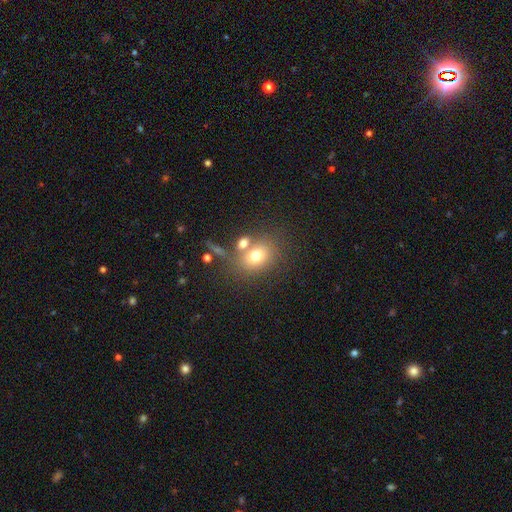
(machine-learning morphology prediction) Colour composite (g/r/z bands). It shows a smooth galaxy with no disk features (72%) that is in between round and cigar-shaped (54%). Merging: none (55%).